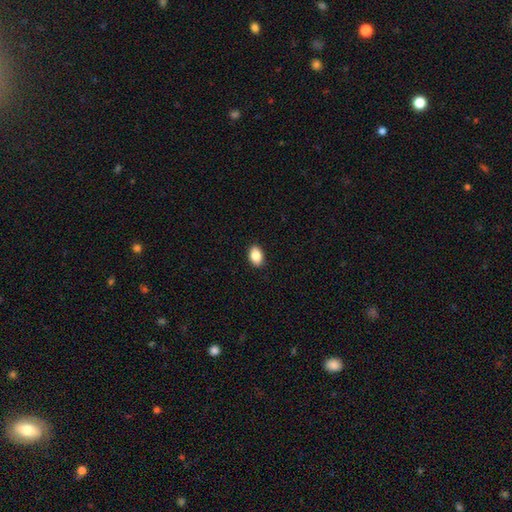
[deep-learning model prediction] The model was most divided on "how rounded": in between: 87%, round: 11%, cigar-shaped: 1%. More confident: merging — none (89%); smooth or featured — smooth (87%).